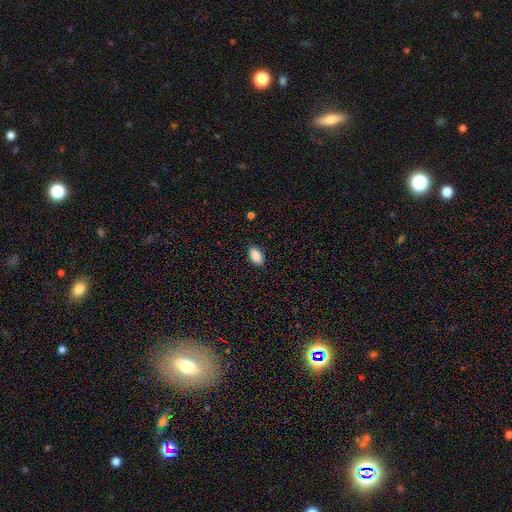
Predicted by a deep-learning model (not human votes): This appears to be a smooth galaxy with no disk features (89%) that is in between round and cigar-shaped (94%). Merging: none (89%).